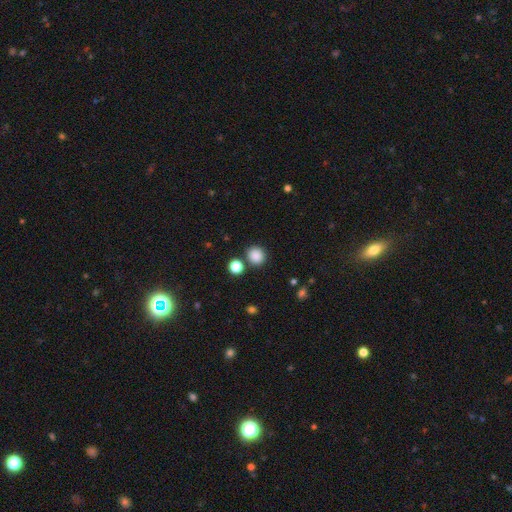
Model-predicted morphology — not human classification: Q: Smooth or featured?
A: smooth (86%); runner-up: star or artifact (11%)
Q: How rounded?
A: round (89%); runner-up: in between (10%)
Q: Merging?
A: none (82%); runner-up: minor disturbance (8%)